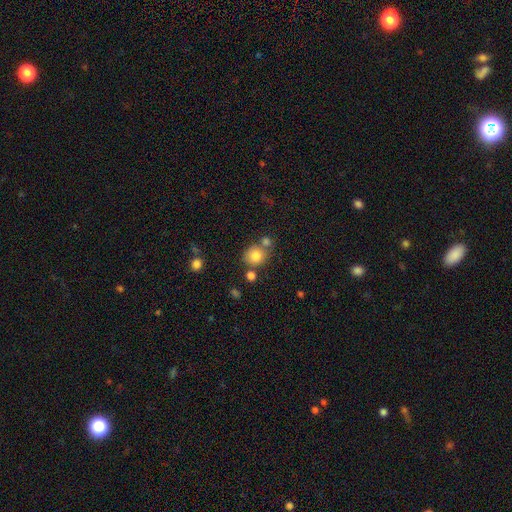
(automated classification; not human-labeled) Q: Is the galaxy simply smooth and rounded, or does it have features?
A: smooth — 80%.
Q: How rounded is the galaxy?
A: round — 79%.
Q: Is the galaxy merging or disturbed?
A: none — 61%.